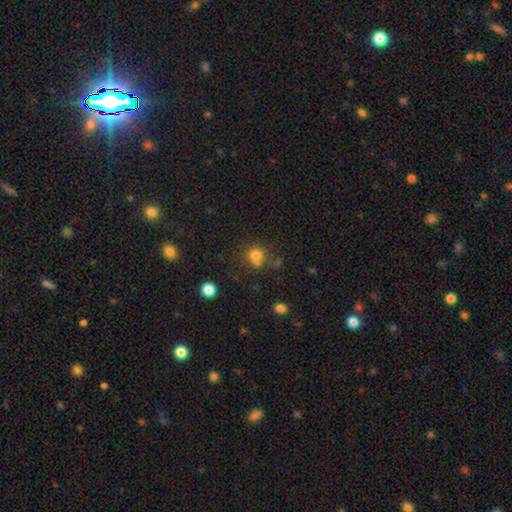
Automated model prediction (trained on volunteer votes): The model was most divided on "merging": none: 62%, merger: 21%, minor disturbance: 12%, major disturbance: 5%. More confident: how rounded — round (86%); smooth or featured — smooth (77%).